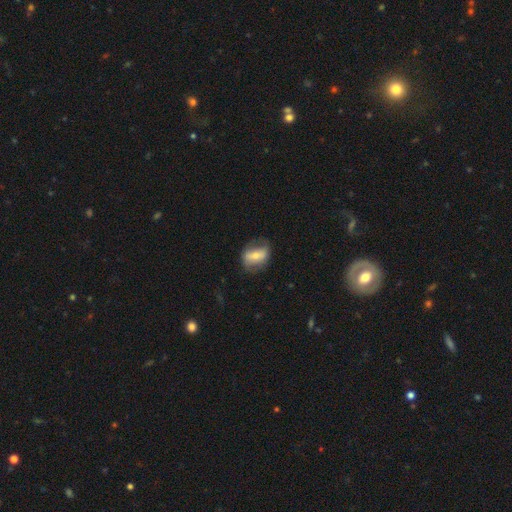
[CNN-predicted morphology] Overall: smooth (47%; featured or disk 46%). Merging: none (64%).